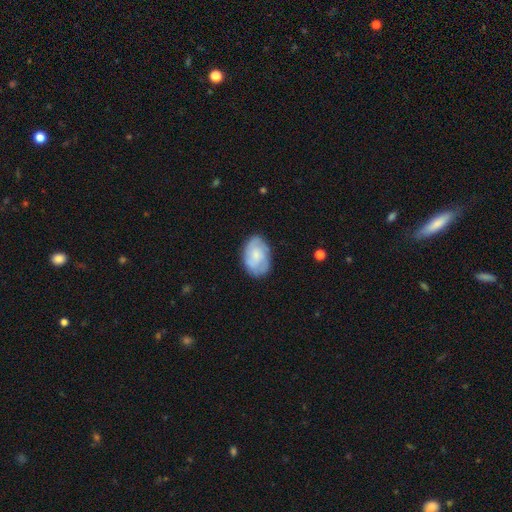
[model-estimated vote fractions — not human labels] Smooth or featured? smooth (47%)
Merging? none (74%)